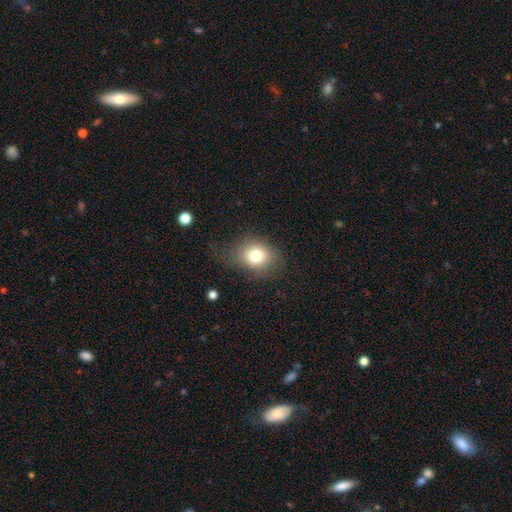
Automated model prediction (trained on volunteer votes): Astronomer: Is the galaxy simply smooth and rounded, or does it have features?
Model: smooth — 76%.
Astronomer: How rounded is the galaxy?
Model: round — 53% (runner-up: in between, 46%).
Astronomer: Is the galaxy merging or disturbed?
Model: none — 67%.